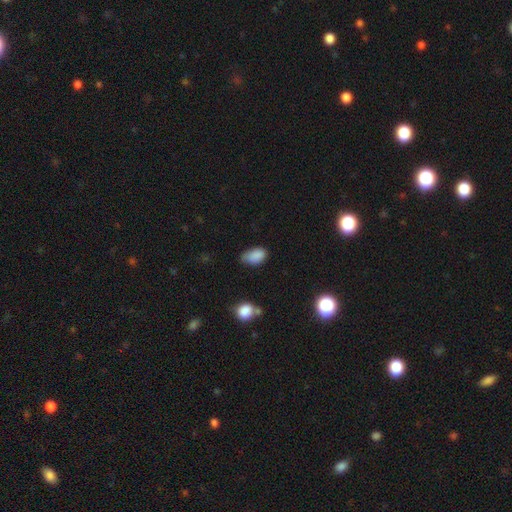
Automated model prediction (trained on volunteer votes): smooth_or_featured: smooth (p=0.85) [alt: star or artifact p=0.10]
how_rounded: in between (p=0.90) [alt: round p=0.08]
merging: none (p=0.47) [alt: minor disturbance p=0.41]